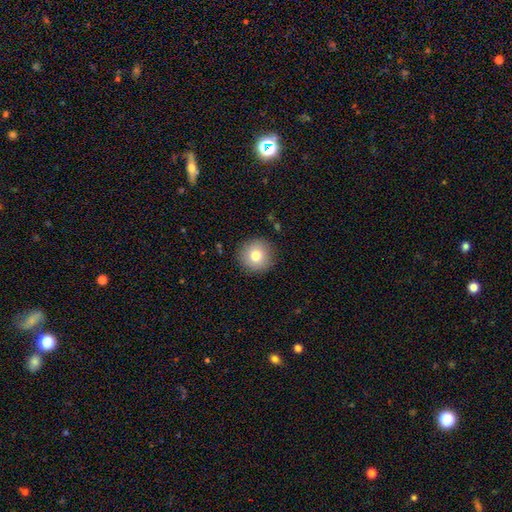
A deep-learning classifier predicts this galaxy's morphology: The model was most divided on "smooth or featured": smooth: 78%, featured or disk: 11%, star or artifact: 10%. More confident: how rounded — round (95%); merging — none (90%).